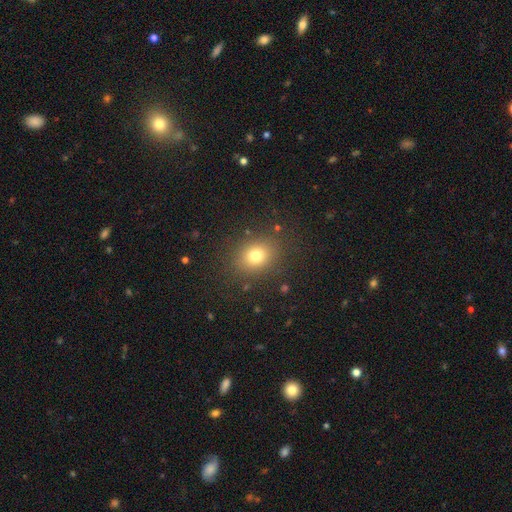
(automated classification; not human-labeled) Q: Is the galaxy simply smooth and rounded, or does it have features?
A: smooth — 76%.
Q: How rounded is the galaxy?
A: round — 57%.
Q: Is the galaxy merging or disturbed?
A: none — 85%.